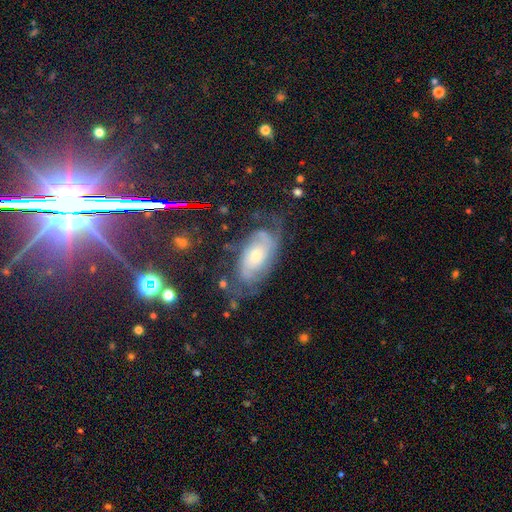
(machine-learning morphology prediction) Overall: featured or disk (76%). Edge-on disk: no (94%). Bar: no (70%). Spiral arms: yes (90%). Spiral arm count: can't tell (40%; 2 37%). Spiral winding: tight (55%; medium 33%). Bulge size: small (47%; moderate 46%). Merging: none (59%; minor disturbance 23%).